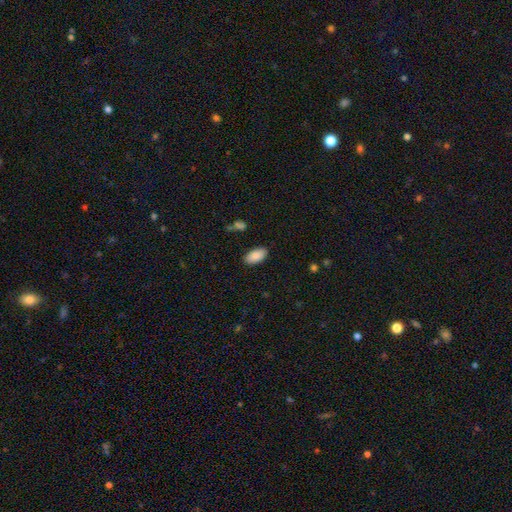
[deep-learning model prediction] The model was most divided on "merging": none: 86%, minor disturbance: 10%, major disturbance: 2%, merger: 1%. More confident: how rounded — in between (95%); smooth or featured — smooth (89%).